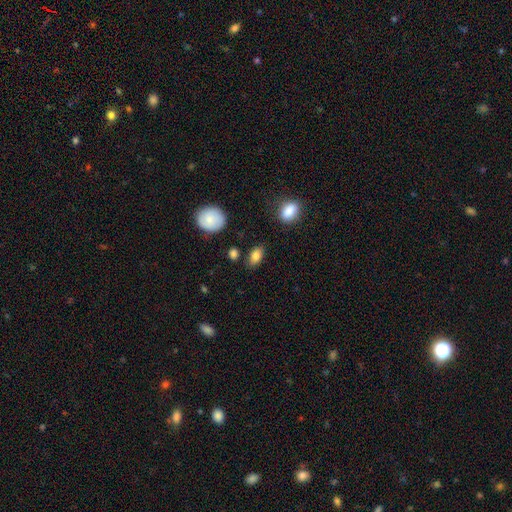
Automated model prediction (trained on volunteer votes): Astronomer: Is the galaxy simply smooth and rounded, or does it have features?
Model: smooth — 82%.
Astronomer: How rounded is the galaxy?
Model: in between — 89%.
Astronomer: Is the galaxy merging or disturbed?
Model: none — 83%.